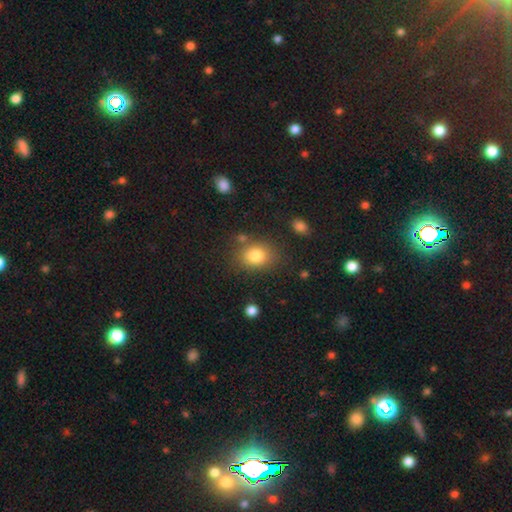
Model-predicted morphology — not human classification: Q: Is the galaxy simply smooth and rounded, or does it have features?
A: smooth — 81%.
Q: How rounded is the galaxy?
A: in between — 53%.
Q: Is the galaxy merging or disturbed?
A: none — 76%.